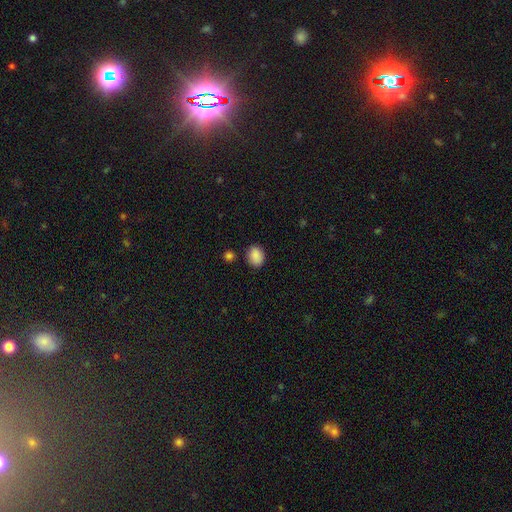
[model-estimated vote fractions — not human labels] Morphology: type=smooth (88%); roundness=in between (56%); merging=none (81%).